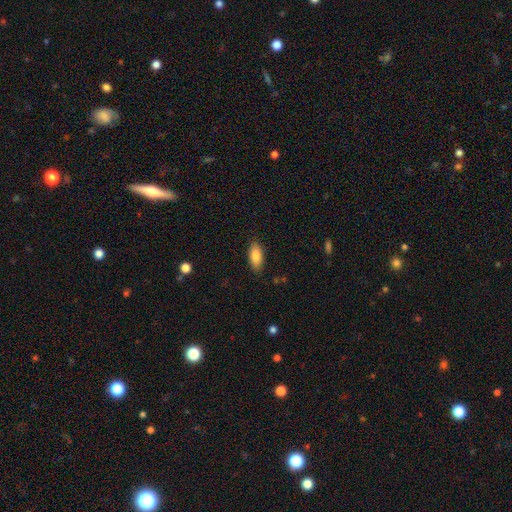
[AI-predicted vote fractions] A smooth galaxy with no disk features (85%) that is in between round and cigar-shaped (84%).

Vote fractions:
- Smooth or featured? smooth: 85% / featured or disk: 8% / star or artifact: 7%
- How rounded? in between: 84% / cigar-shaped: 13% / round: 2%
- Merging? none: 86% / minor disturbance: 10% / major disturbance: 2% / merger: 1%